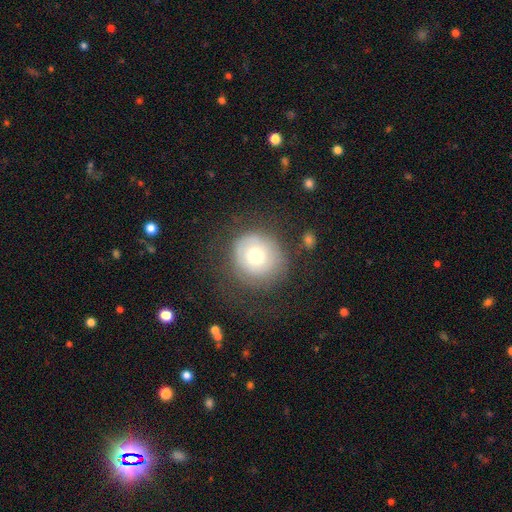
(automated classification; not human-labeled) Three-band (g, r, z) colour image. It shows a smooth galaxy with no disk features (63%) that is round (90%). Merging: none (69%).